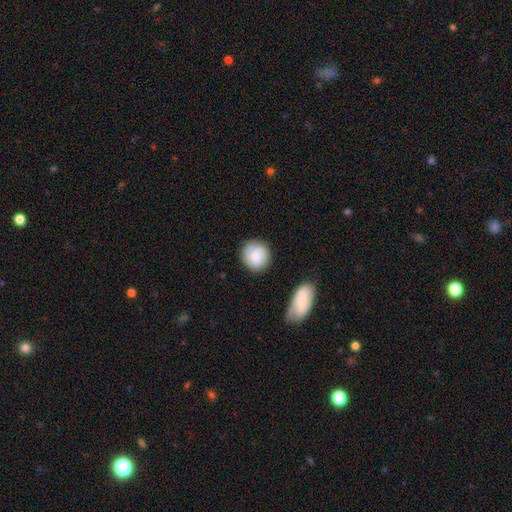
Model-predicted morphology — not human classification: Overall: smooth (79%). How rounded: round (90%). Merging: none (79%).